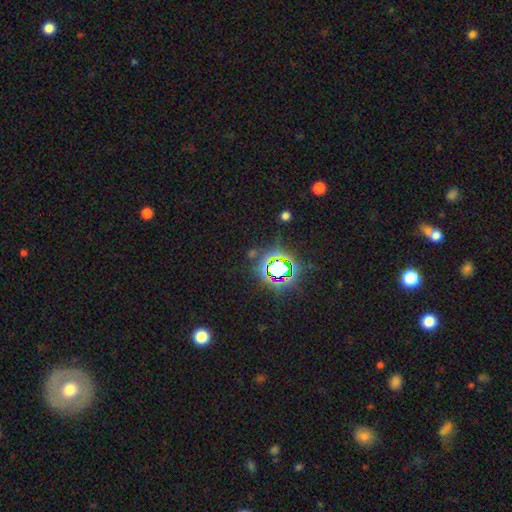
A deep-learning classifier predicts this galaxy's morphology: The model was most divided on "smooth or featured": star or artifact: 77%, smooth: 14%, featured or disk: 9%.